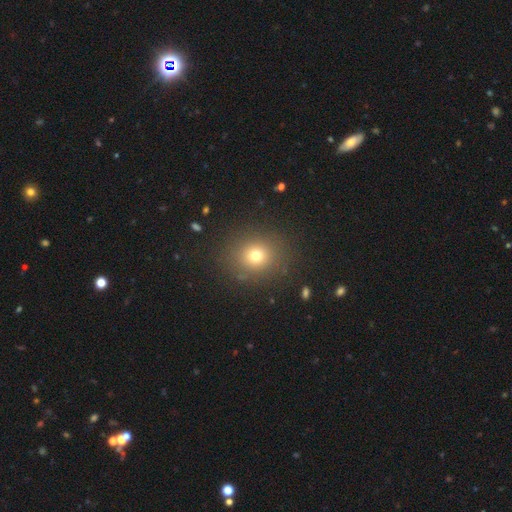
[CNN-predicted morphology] Smooth or featured? smooth (72%)
How rounded? round (82%)
Merging? none (86%)